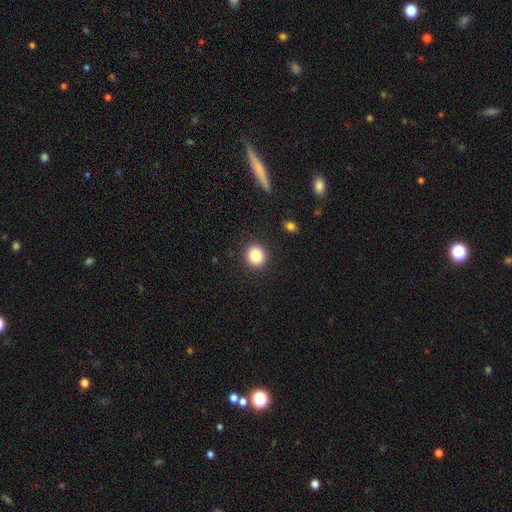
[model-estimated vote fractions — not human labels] The model was most divided on "how rounded": round: 85%, in between: 14%, cigar-shaped: 1%. More confident: merging — none (91%); smooth or featured — smooth (84%).